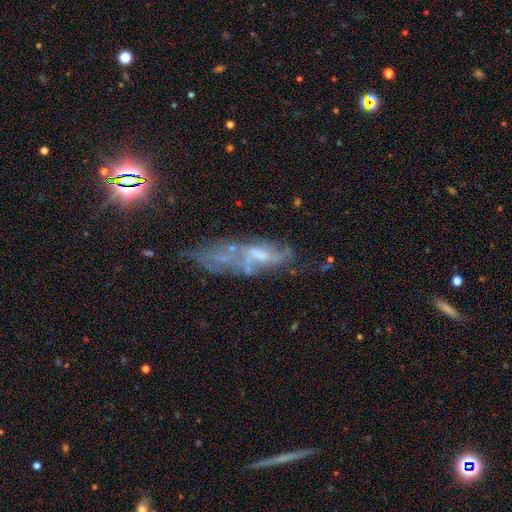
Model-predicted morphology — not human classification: Overall: featured or disk (64%). Edge-on disk: no (78%). Merging: none (44%; minor disturbance 24%).